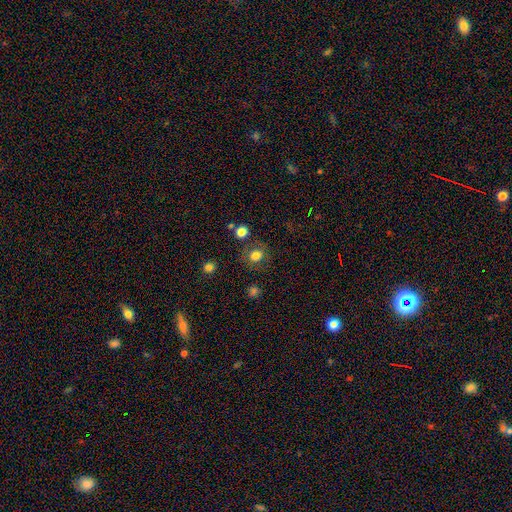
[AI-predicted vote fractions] Smooth or featured: smooth — 78% (star or artifact — 12%)
How rounded: round — 74% (in between — 25%)
Merging: none — 78% (minor disturbance — 12%)